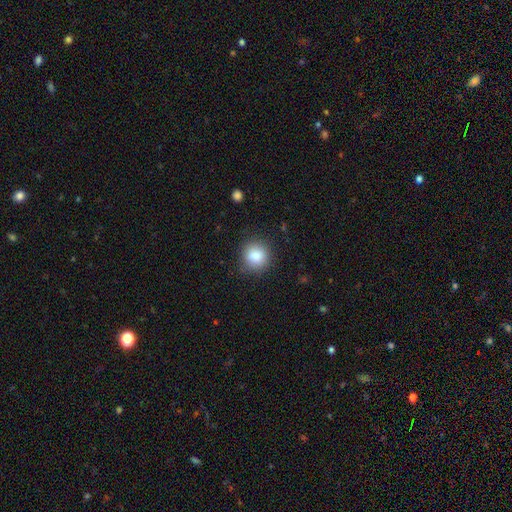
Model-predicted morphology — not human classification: smooth 86%, star or artifact 9%, featured or disk 5%. Down the decision tree: how rounded — round (89%); merging — none (85%).